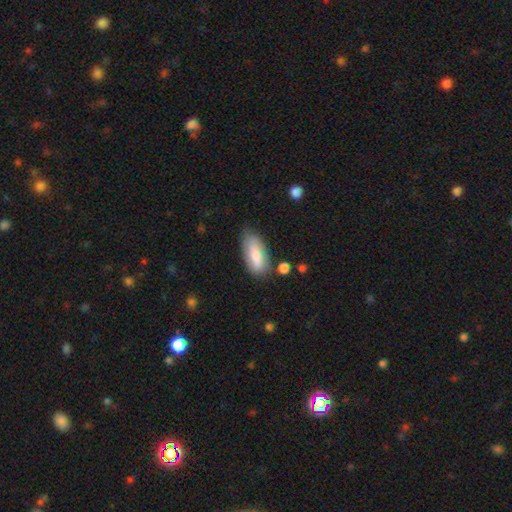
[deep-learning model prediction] Smooth or featured? Predicted: smooth (p=0.75). How rounded? Predicted: in between (p=0.84). Merging? Predicted: none (p=0.68).